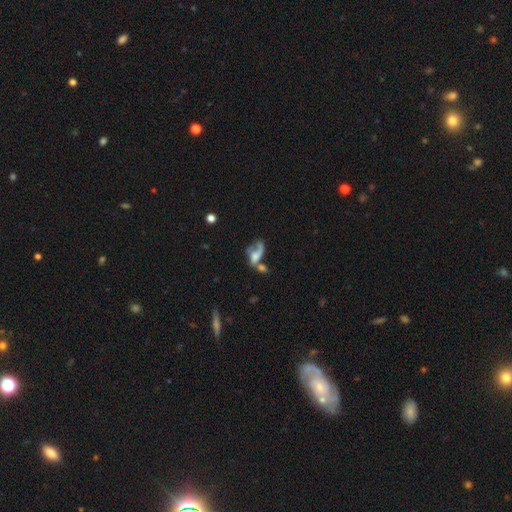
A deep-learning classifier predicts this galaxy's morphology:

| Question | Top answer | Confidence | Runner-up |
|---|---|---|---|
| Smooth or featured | featured or disk | 50% | smooth (38%) |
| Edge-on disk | no | 94% | yes (6%) |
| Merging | merger | 39% | major disturbance (31%) |